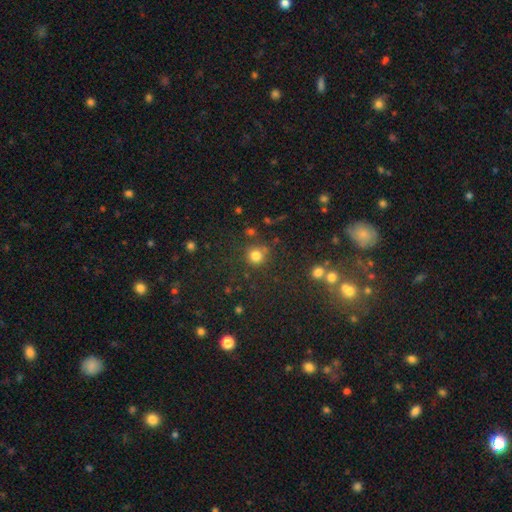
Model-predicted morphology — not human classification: smooth_or_featured: smooth (p=0.78) [alt: star or artifact p=0.16]
how_rounded: round (p=0.92) [alt: in between p=0.07]
merging: none (p=0.78) [alt: minor disturbance p=0.11]